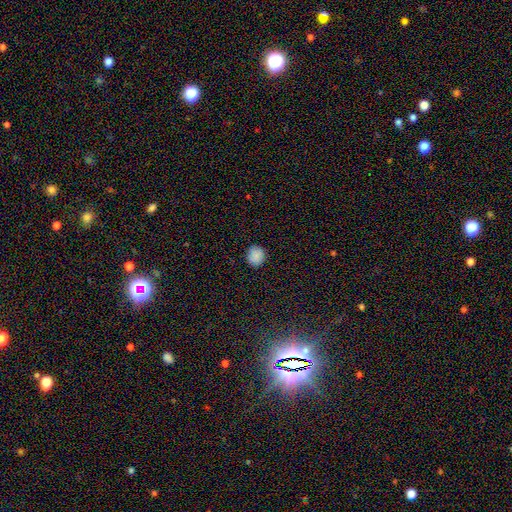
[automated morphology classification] A smooth galaxy with no disk features (87%) that is round (79%).

Vote fractions:
- Smooth or featured? smooth: 87% / star or artifact: 9% / featured or disk: 4%
- How rounded? round: 79% / in between: 20% / cigar-shaped: 1%
- Merging? none: 88% / minor disturbance: 9% / major disturbance: 2% / merger: 1%